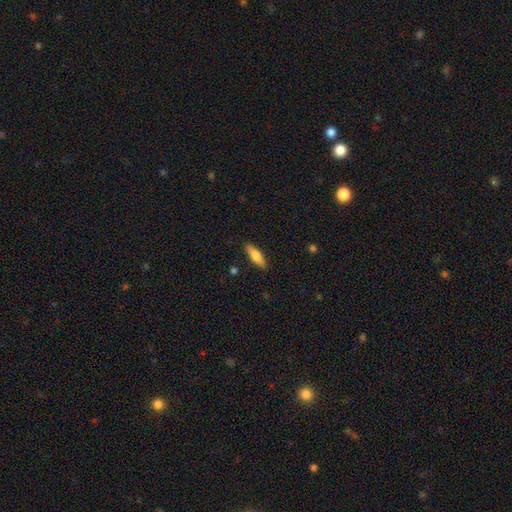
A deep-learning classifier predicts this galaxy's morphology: Q: Smooth or featured?
A: smooth (63%); runner-up: featured or disk (31%)
Q: How rounded?
A: cigar-shaped (53%); runner-up: in between (45%)
Q: Merging?
A: none (88%); runner-up: minor disturbance (9%)